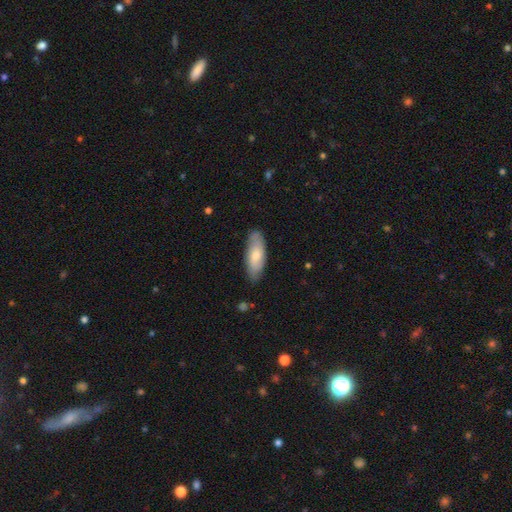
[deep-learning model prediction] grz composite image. It shows a smooth galaxy with no disk features (71%) that is in between round and cigar-shaped (75%). Merging: none (80%).